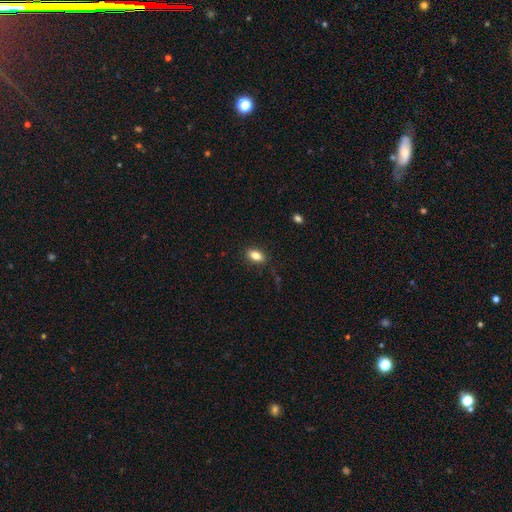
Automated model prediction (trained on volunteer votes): A smooth galaxy with no disk features (83%) that is in between round and cigar-shaped (87%).

Vote fractions:
- Smooth or featured? smooth: 83% / star or artifact: 9% / featured or disk: 8%
- How rounded? in between: 87% / round: 8% / cigar-shaped: 4%
- Merging? none: 87% / minor disturbance: 9% / major disturbance: 2% / merger: 1%